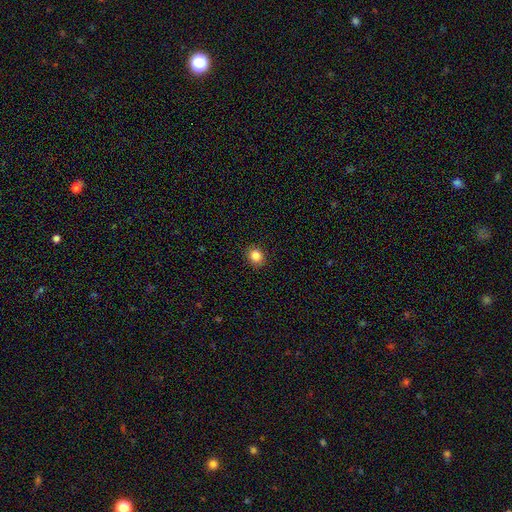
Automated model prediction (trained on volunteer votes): This appears to be a smooth galaxy with no disk features (85%) that is round (71%). Merging: none (90%).